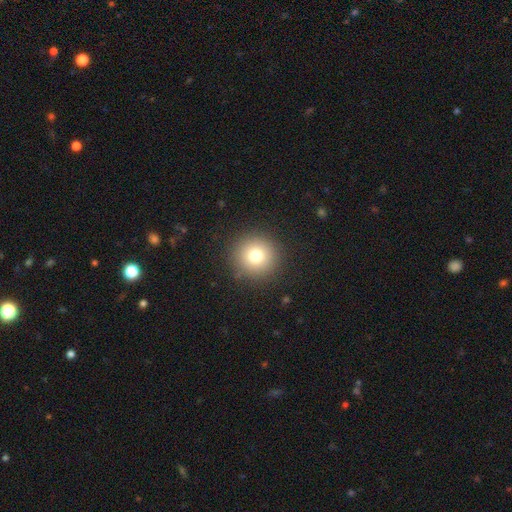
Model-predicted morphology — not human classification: type=smooth (76%); roundness=round (95%); merging=none (90%).